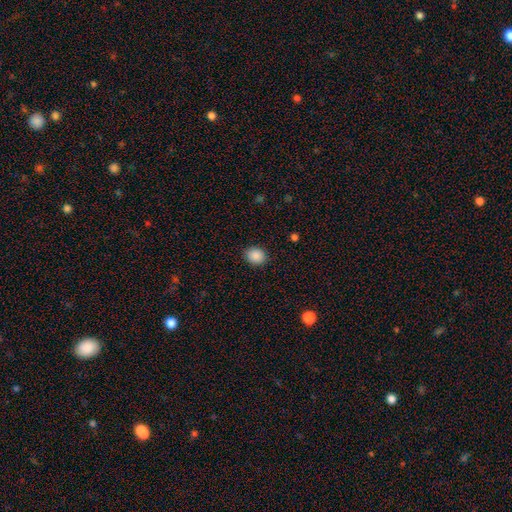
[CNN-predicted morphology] Smooth or featured? smooth (89%)
How rounded? round (56%)
Merging? none (90%)